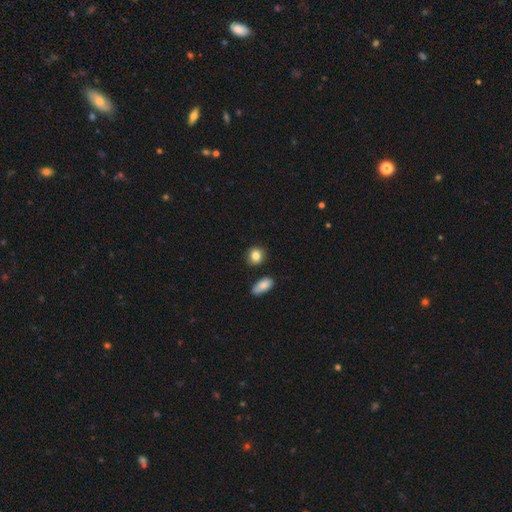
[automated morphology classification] smooth-or-featured: smooth: 85% | star or artifact: 9% | featured or disk: 7%
  how-rounded: round: 73% | in between: 25% | cigar-shaped: 2%
  merging: none: 82% | minor disturbance: 11% | merger: 4% | major disturbance: 3%